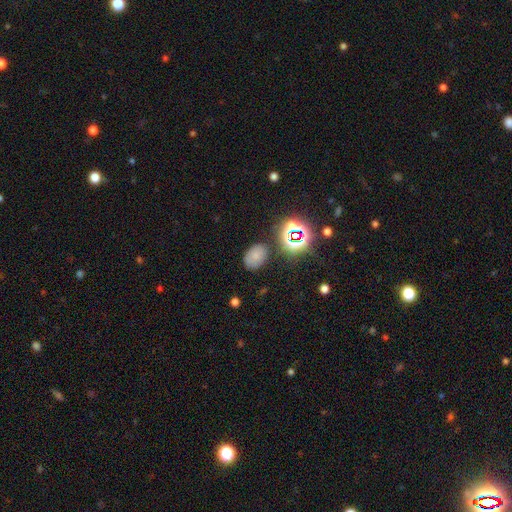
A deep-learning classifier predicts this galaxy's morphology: type=smooth (68%); roundness=in between (78%); merging=none (79%).